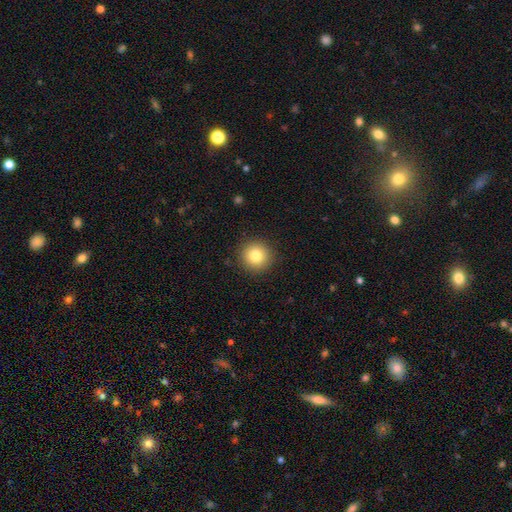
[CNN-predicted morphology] Smooth or featured? Predicted: smooth (p=0.81). How rounded? Predicted: round (p=0.95). Merging? Predicted: none (p=0.91).